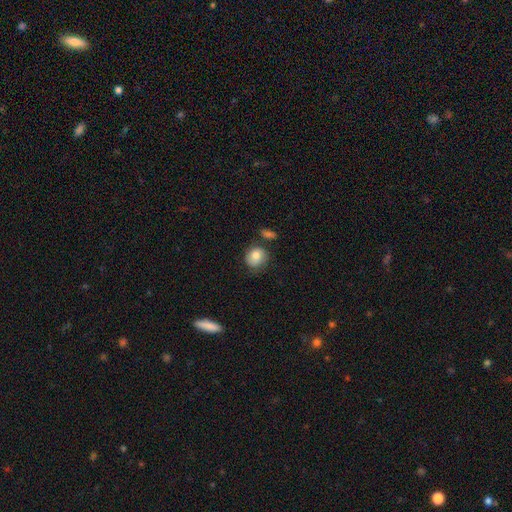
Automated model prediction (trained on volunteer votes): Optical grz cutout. It shows a smooth galaxy with no disk features (82%) that is round (76%). Merging: none (67%).